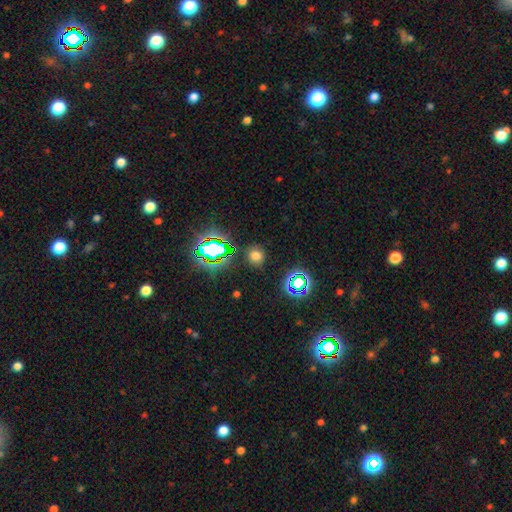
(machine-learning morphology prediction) The model was most divided on "smooth or featured": smooth: 63%, star or artifact: 31%, featured or disk: 6%. More confident: merging — none (87%); how rounded — round (86%).